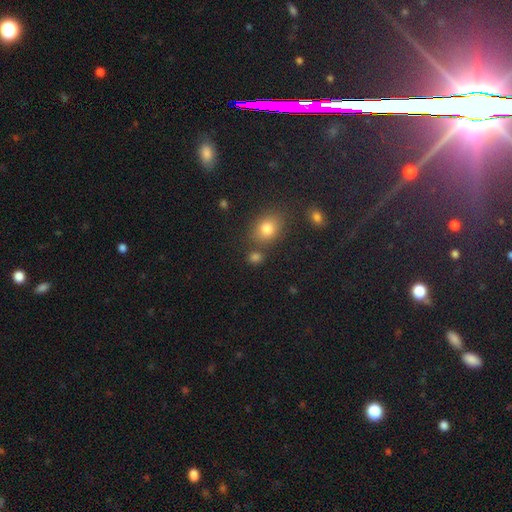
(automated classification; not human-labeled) smooth_or_featured: smooth (p=0.70) [alt: star or artifact p=0.21]
how_rounded: round (p=0.54) [alt: in between p=0.45]
merging: none (p=0.72) [alt: merger p=0.13]